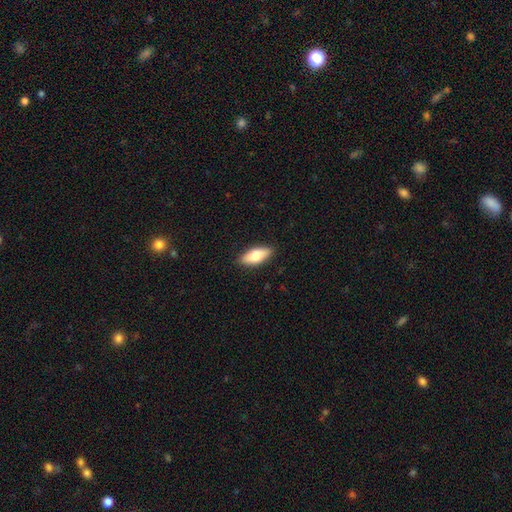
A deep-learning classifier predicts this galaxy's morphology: Overall: smooth (72%). How rounded: in between (76%). Merging: none (89%).